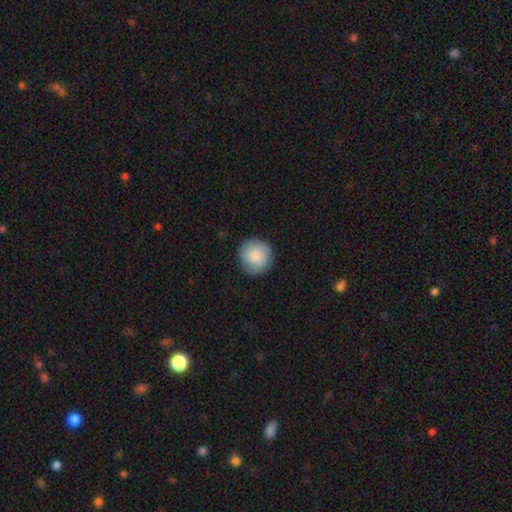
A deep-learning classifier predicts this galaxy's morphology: Smooth or featured? Predicted: smooth (p=0.83). How rounded? Predicted: round (p=0.94). Merging? Predicted: none (p=0.86).